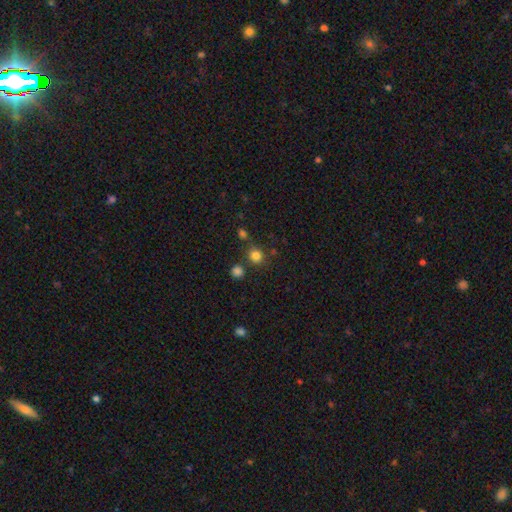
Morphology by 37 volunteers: This is clearly a smooth galaxy (89%). How rounded: clearly round (82%). Merging: likely none (73%).